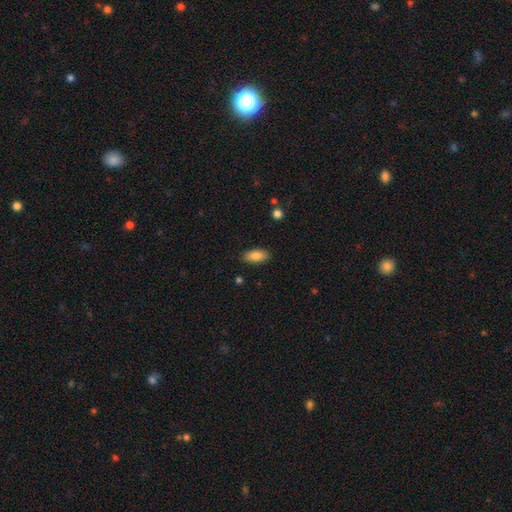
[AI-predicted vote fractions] Smooth or featured?
  - smooth: 85% *
  - featured or disk: 8%
  - star or artifact: 7%
How rounded?
  - in between: 89% *
  - cigar-shaped: 8%
  - round: 2%
Merging?
  - none: 87% *
  - minor disturbance: 9%
  - major disturbance: 2%
  - merger: 1%